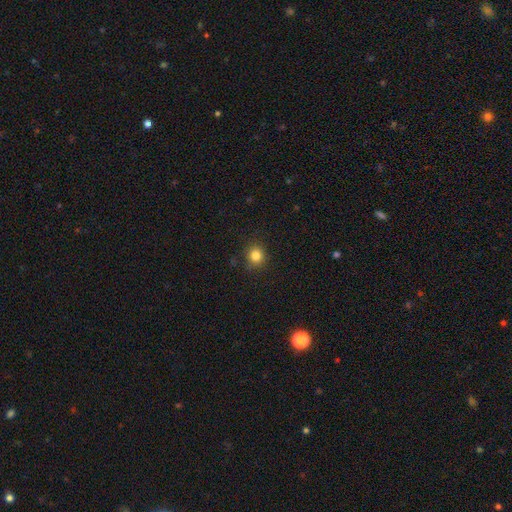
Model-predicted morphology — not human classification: Smooth or featured? smooth (82%)
How rounded? round (88%)
Merging? none (88%)